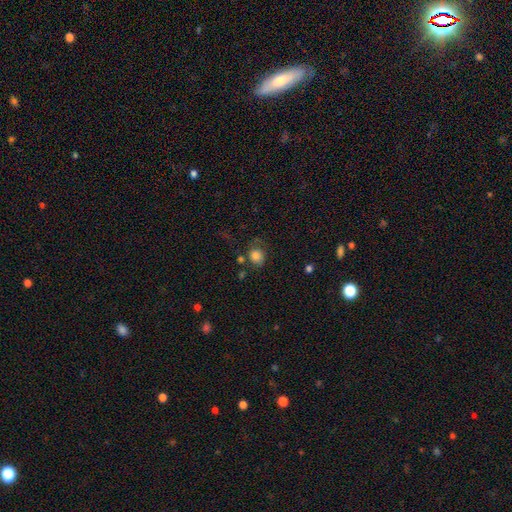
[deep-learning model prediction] The model was most divided on "merging": none: 50%, minor disturbance: 23%, major disturbance: 20%, merger: 7%. More confident: smooth or featured — smooth (77%); how rounded — round (67%).